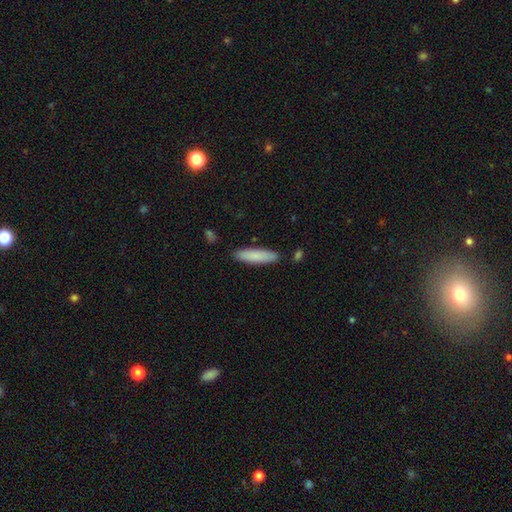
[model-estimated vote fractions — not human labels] Overall: smooth (84%). How rounded: cigar-shaped (76%). Merging: none (86%).